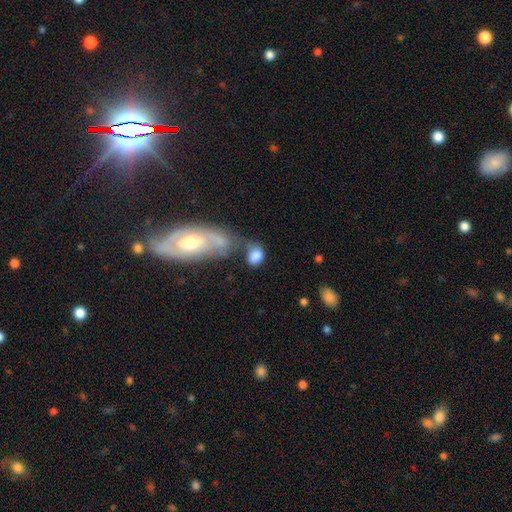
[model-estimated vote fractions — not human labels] Smooth or featured? Predicted: smooth (p=0.77). How rounded? Predicted: in between (p=0.75). Merging? Predicted: merger (p=0.38).